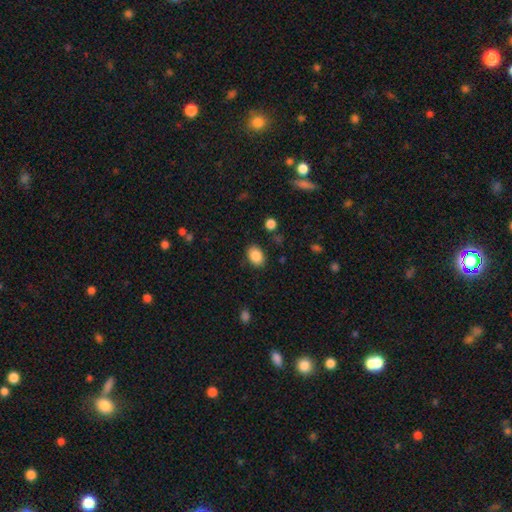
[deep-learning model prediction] The model was most divided on "how rounded": in between: 76%, round: 23%, cigar-shaped: 1%. More confident: smooth or featured — smooth (87%); merging — none (86%).